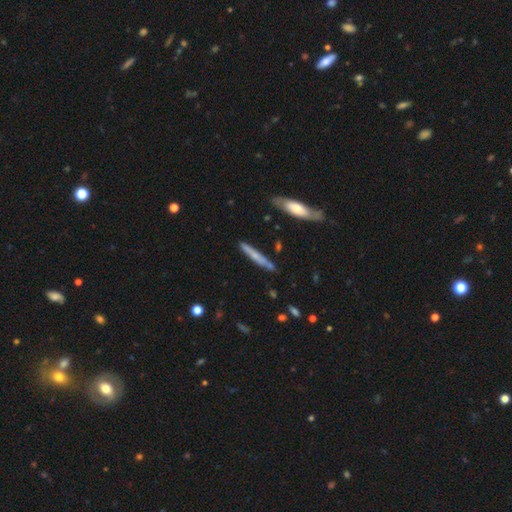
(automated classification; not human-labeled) Smooth or featured? Predicted: smooth (p=0.54). How rounded? Predicted: cigar-shaped (p=0.93). Merging? Predicted: none (p=0.80).